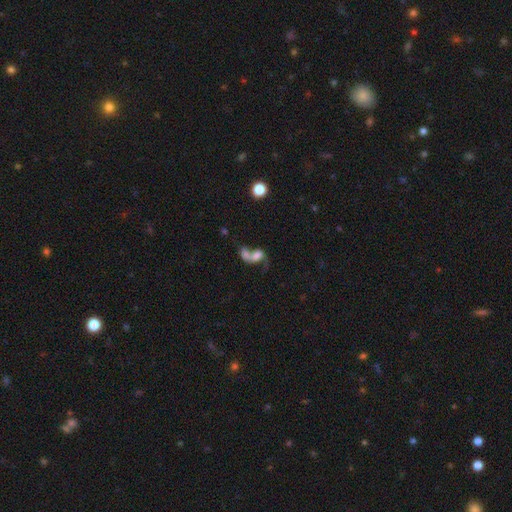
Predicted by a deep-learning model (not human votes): This is marginally a smooth galaxy (44%). Merging: likely merger (70%).